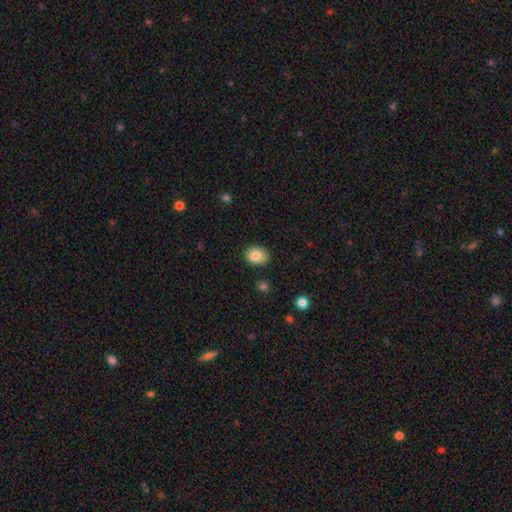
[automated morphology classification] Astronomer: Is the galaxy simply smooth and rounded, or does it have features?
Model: smooth — 83%.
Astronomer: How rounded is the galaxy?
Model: round — 55% (runner-up: in between, 44%).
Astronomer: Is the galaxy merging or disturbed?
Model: none — 86%.